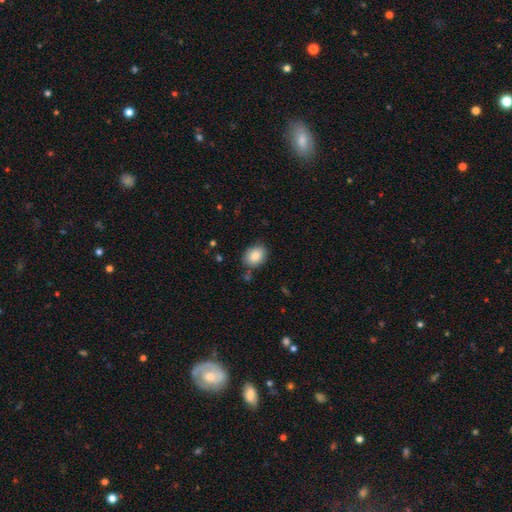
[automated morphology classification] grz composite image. It shows a smooth galaxy with no disk features (87%) that is in between round and cigar-shaped (63%). Merging: none (79%).